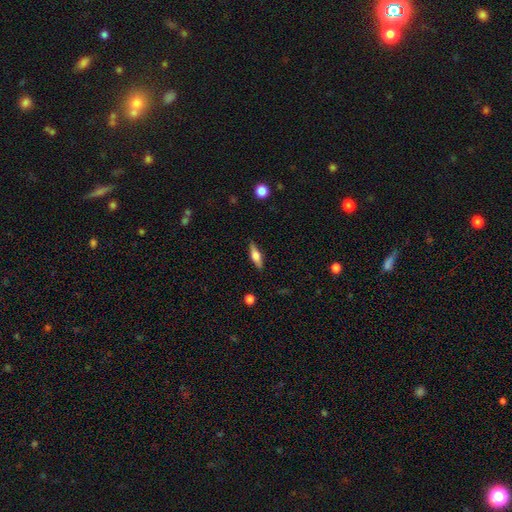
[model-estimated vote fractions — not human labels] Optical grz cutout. It shows a smooth galaxy with no disk features (50%). Merging: none (88%).